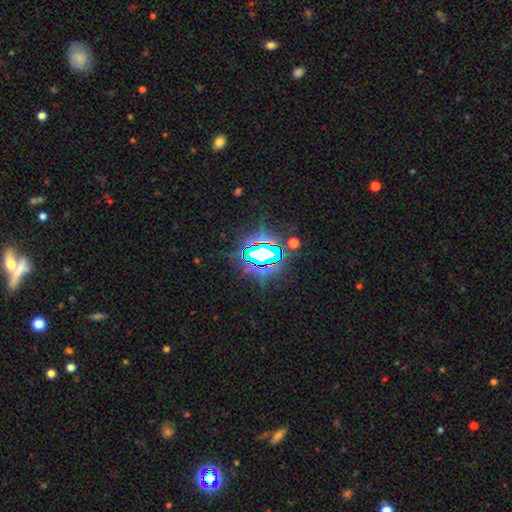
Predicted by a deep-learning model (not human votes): A star or artifact, not a galaxy (78%).

Vote fractions:
- Smooth or featured? star or artifact: 78% / smooth: 12% / featured or disk: 11%